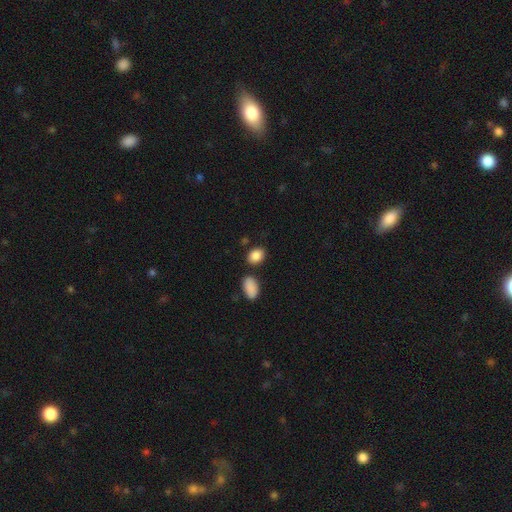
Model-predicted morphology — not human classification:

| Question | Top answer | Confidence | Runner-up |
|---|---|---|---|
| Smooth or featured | smooth | 88% | star or artifact (8%) |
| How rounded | in between | 75% | round (24%) |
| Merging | none | 77% | minor disturbance (12%) |